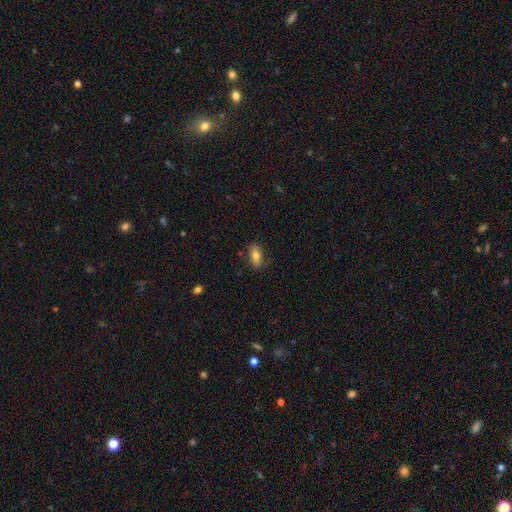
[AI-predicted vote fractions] This is likely a smooth galaxy (77%). How rounded: clearly in between (83%). Merging: clearly none (82%).